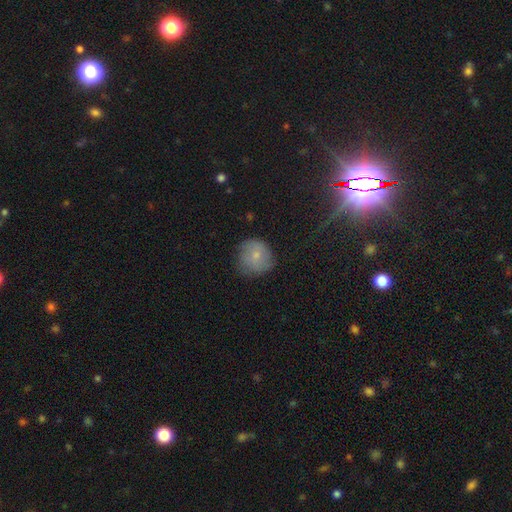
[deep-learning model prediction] smooth_or_featured: smooth (p=0.73) [alt: featured or disk p=0.18]
how_rounded: round (p=0.89) [alt: in between p=0.10]
merging: none (p=0.69) [alt: minor disturbance p=0.23]